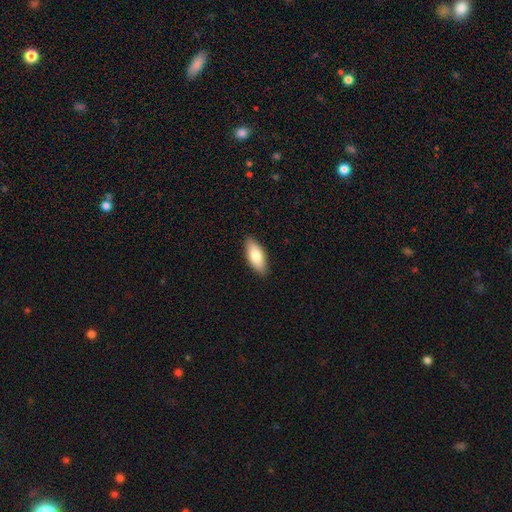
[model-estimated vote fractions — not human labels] Smooth or featured? smooth (80%)
How rounded? in between (83%)
Merging? none (88%)